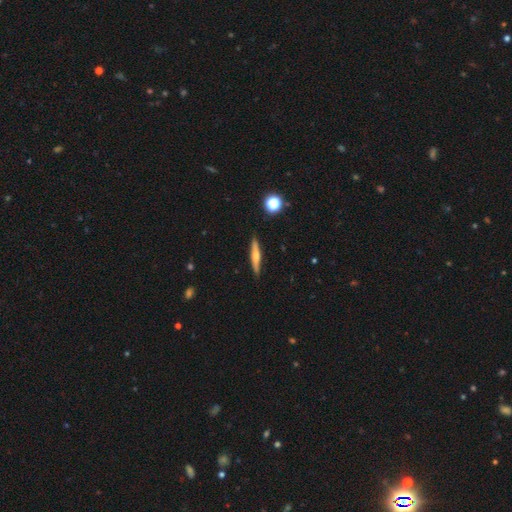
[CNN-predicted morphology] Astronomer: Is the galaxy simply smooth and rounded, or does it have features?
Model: featured or disk — 47% (runner-up: smooth, 46%).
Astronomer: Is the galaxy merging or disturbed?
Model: none — 89%.